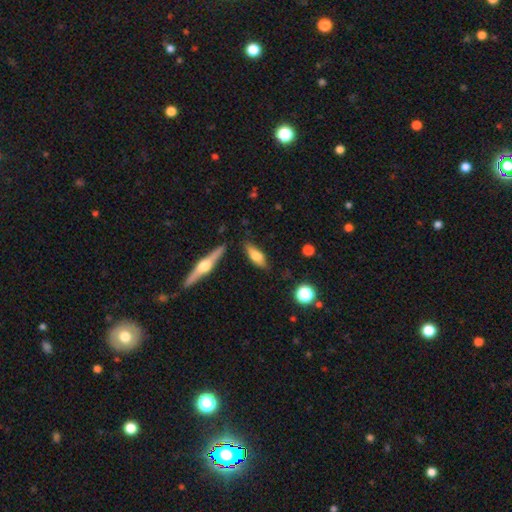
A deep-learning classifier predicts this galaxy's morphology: Smooth or featured? smooth (61%)
How rounded? in between (58%)
Merging? none (77%)